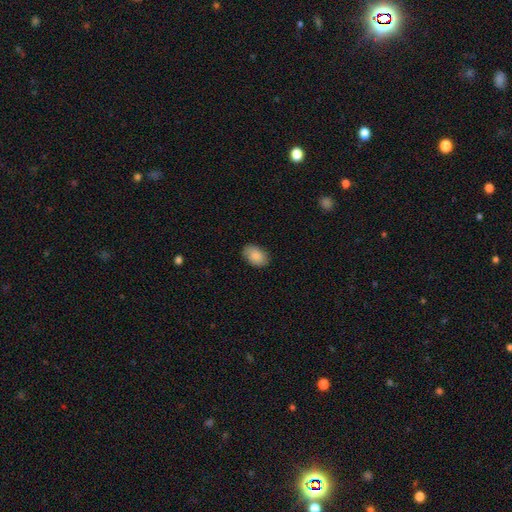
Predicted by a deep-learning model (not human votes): Q: Smooth or featured?
A: smooth (88%); runner-up: star or artifact (7%)
Q: How rounded?
A: in between (86%); runner-up: round (13%)
Q: Merging?
A: none (85%); runner-up: minor disturbance (12%)